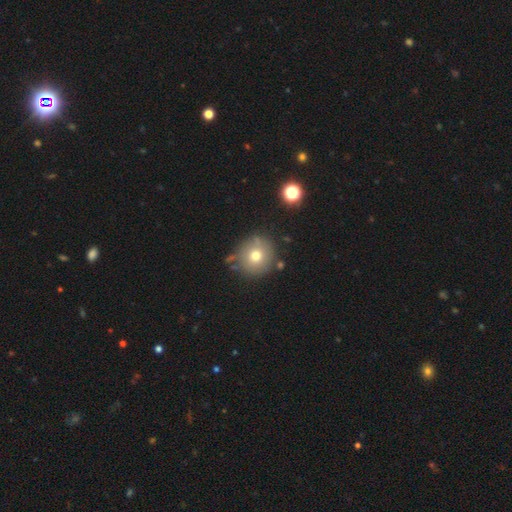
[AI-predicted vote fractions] Smooth or featured: smooth — 71% (featured or disk — 16%)
How rounded: round — 91% (in between — 8%)
Merging: none — 75% (minor disturbance — 14%)